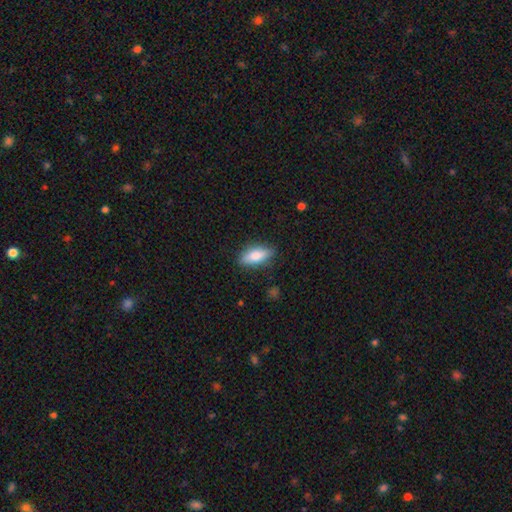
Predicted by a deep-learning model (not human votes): Smooth or featured? Predicted: smooth (p=0.78). How rounded? Predicted: in between (p=0.77). Merging? Predicted: none (p=0.83).